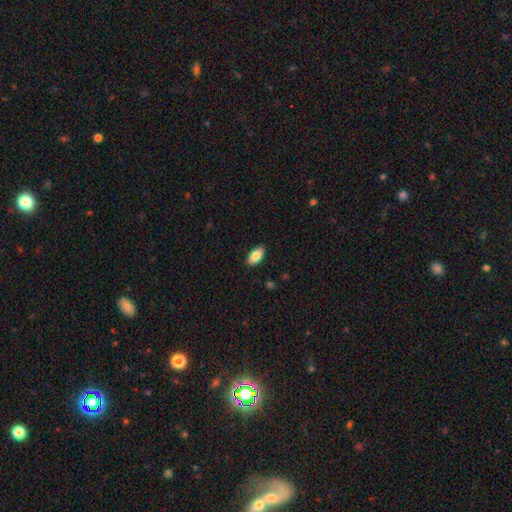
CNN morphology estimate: The model was most divided on "smooth or featured": smooth: 85%, featured or disk: 8%, star or artifact: 7%. More confident: how rounded — in between (93%); merging — none (89%).